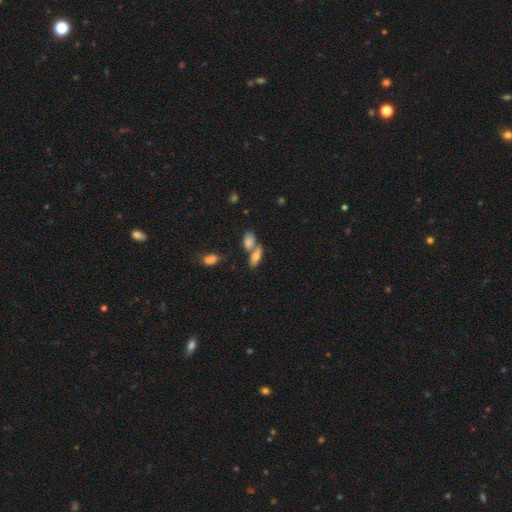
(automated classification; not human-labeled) Smooth or featured? Predicted: smooth (p=0.73). How rounded? Predicted: in between (p=0.77). Merging? Predicted: merger (p=0.45).